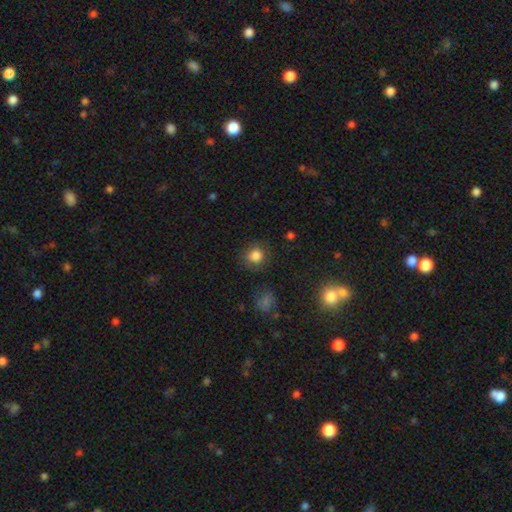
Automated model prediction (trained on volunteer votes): Smooth or featured? smooth (82%)
How rounded? round (85%)
Merging? none (80%)